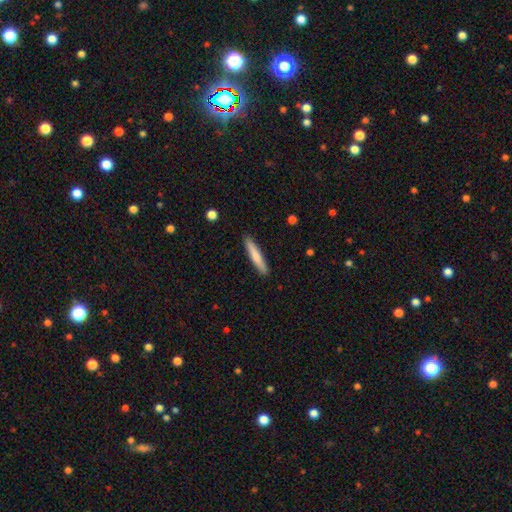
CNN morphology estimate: A smooth galaxy with no disk features (73%) that is cigar-shaped (92%). Merging: none (90%).